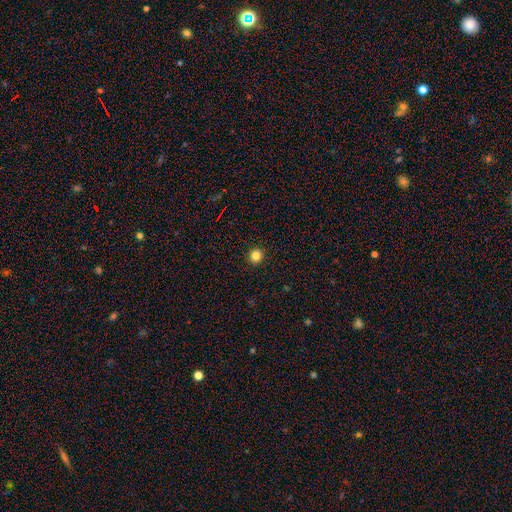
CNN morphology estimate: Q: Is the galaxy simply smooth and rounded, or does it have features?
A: smooth — 83%.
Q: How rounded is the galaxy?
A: round — 92%.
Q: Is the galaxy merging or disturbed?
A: none — 93%.